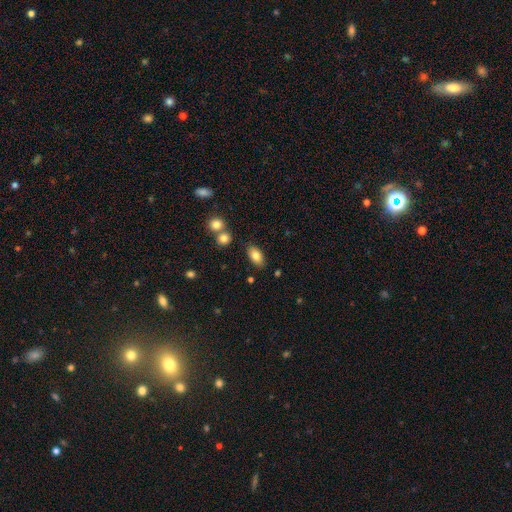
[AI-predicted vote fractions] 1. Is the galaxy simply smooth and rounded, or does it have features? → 81% smooth, 10% featured or disk, 8% star or artifact.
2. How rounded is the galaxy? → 91% in between, 6% round, 3% cigar-shaped.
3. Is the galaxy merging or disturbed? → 81% none, 11% minor disturbance, 6% merger, 3% major disturbance.